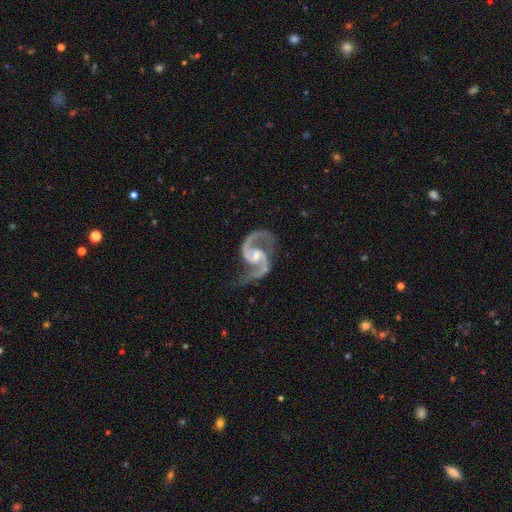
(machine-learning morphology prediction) A featured or disk galaxy (94%) with a weak bar (48%), 2 (94%) medium (62%) spiral arms (98%) and a small central bulge (50%). Merging: none (69%).